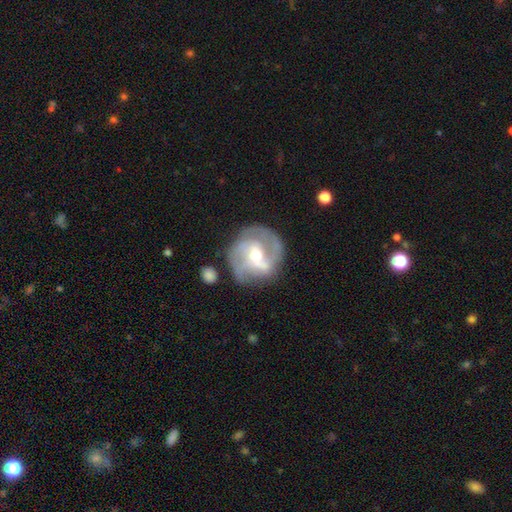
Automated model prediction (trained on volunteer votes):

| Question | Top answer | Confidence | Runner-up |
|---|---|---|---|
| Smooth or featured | featured or disk | 85% | smooth (10%) |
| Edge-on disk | no | 97% | yes (3%) |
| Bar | weak | 45% | strong (28%) |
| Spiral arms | yes | 93% | no (7%) |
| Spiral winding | medium | 47% | tight (33%) |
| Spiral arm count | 2 | 60% | 3 (18%) |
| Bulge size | moderate | 62% | small (33%) |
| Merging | none | 71% | minor disturbance (17%) |